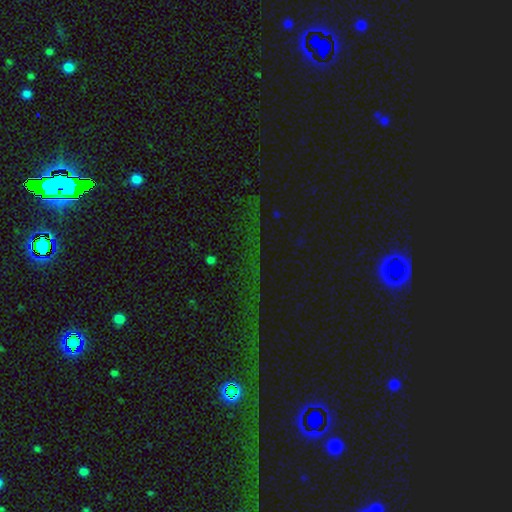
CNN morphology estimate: Smooth or featured: star or artifact — 81% (smooth — 10%)